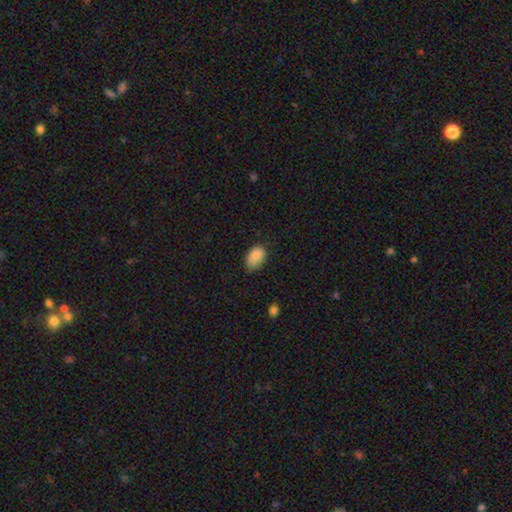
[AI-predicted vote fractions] The model was most divided on "merging": none: 65%, minor disturbance: 28%, major disturbance: 5%, merger: 1%. More confident: smooth or featured — smooth (87%); how rounded — in between (84%).